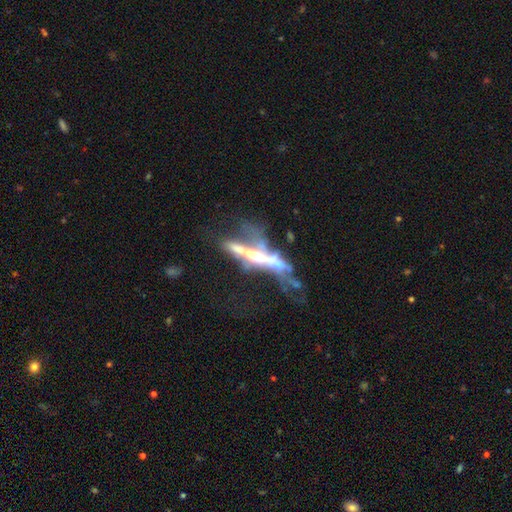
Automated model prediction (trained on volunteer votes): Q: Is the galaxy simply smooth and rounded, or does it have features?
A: featured or disk — 75%.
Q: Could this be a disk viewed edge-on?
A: yes — 74%.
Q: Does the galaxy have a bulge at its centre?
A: rounded — 67%.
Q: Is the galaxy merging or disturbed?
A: merger — 35%.